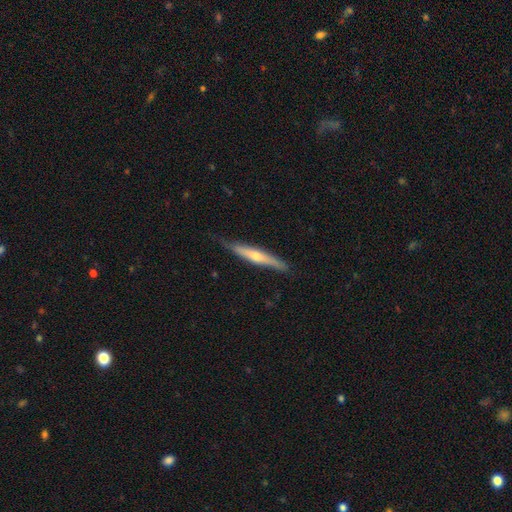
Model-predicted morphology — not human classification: smooth-or-featured: featured or disk: 63% | smooth: 30% | star or artifact: 6%
  disk-edge-on: yes: 94% | no: 6%
    edge-on-bulge: rounded: 81% | none: 14% | boxy: 4%
  merging: none: 85% | minor disturbance: 12% | major disturbance: 2% | merger: 1%